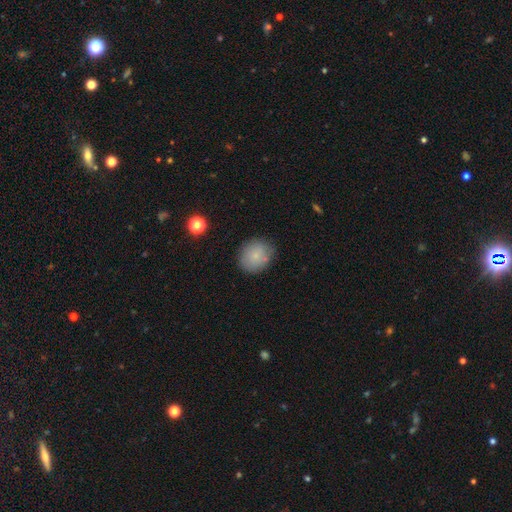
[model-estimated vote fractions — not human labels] Smooth or featured? smooth (81%)
How rounded? round (64%)
Merging? none (78%)